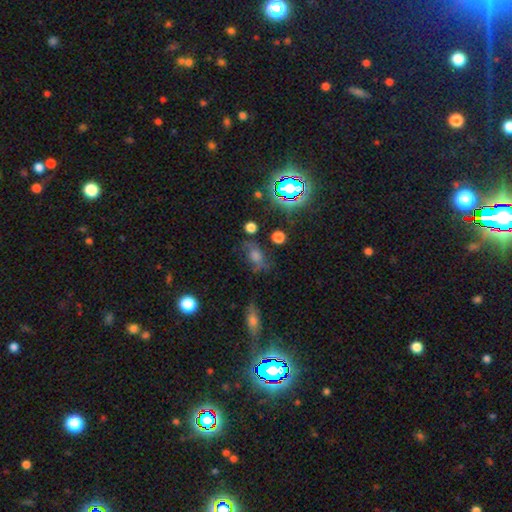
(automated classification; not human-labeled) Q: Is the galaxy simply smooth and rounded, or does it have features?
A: smooth — 42%.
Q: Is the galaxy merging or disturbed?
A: none — 61%.